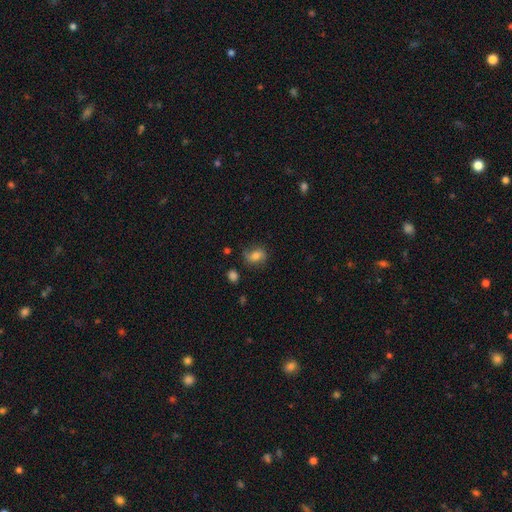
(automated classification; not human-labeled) A smooth galaxy with no disk features (70%) that is in between round and cigar-shaped (61%). Merging: none (63%).